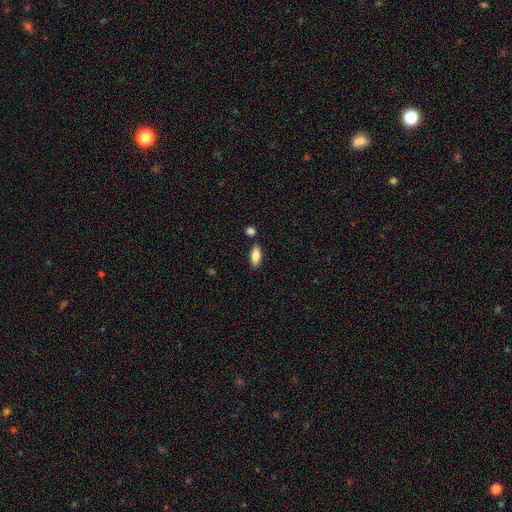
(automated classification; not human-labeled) Q: Smooth or featured?
A: smooth (83%); runner-up: featured or disk (11%)
Q: How rounded?
A: in between (81%); runner-up: cigar-shaped (17%)
Q: Merging?
A: none (82%); runner-up: minor disturbance (10%)